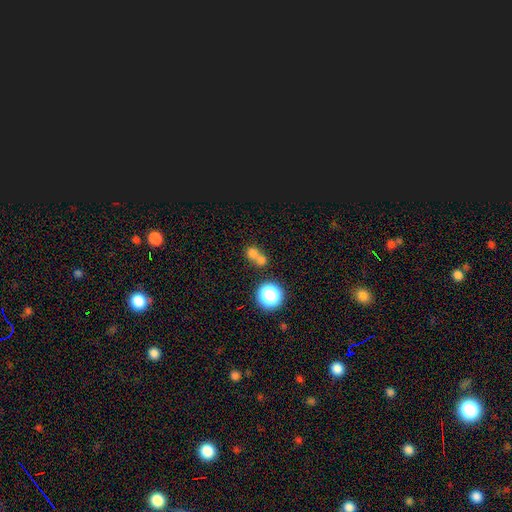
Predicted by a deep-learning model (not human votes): A smooth galaxy with no disk features (68%) that is round (77%).

Vote fractions:
- Smooth or featured? smooth: 68% / star or artifact: 19% / featured or disk: 13%
- How rounded? round: 77% / in between: 21% / cigar-shaped: 2%
- Merging? merger: 58% / none: 32% / minor disturbance: 6% / major disturbance: 4%